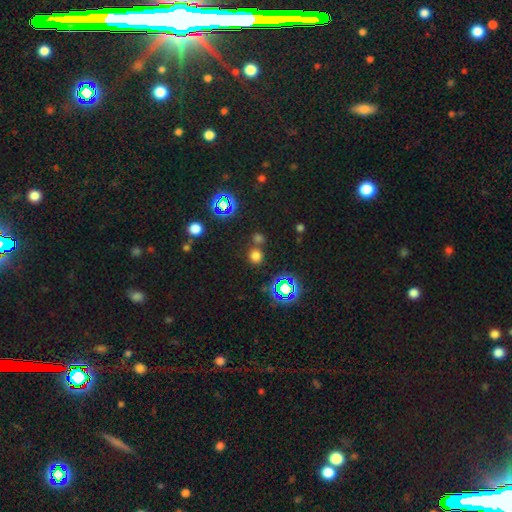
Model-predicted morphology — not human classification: A smooth galaxy with no disk features (63%) that is round (88%).

Vote fractions:
- Smooth or featured? smooth: 63% / star or artifact: 32% / featured or disk: 6%
- How rounded? round: 88% / in between: 11% / cigar-shaped: 1%
- Merging? none: 71% / merger: 18% / minor disturbance: 7% / major disturbance: 3%